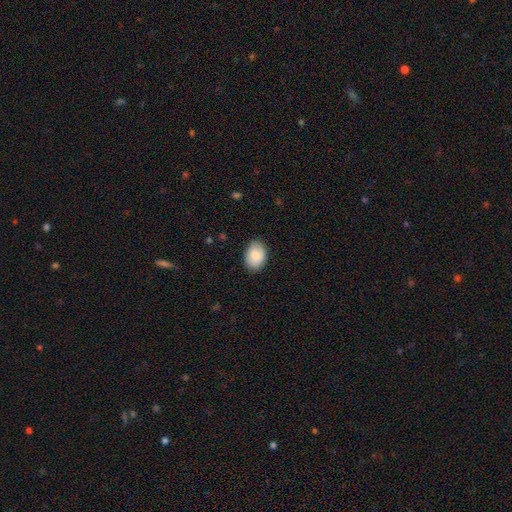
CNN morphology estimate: Smooth or featured: smooth — 85% (featured or disk — 9%)
How rounded: in between — 82% (round — 17%)
Merging: none — 83% (minor disturbance — 13%)